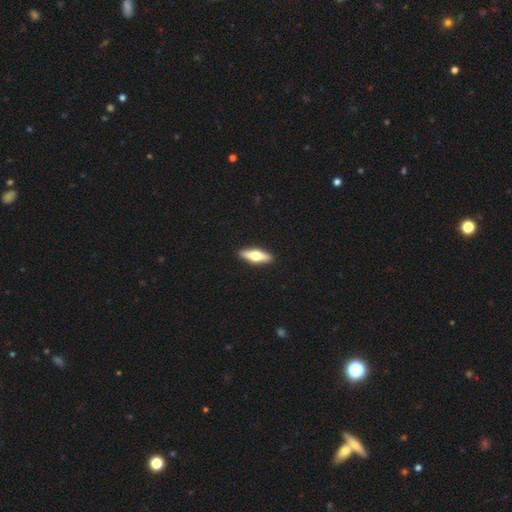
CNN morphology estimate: Smooth or featured: featured or disk — 54% (smooth — 41%)
Edge-on disk: yes — 93% (no — 7%)
Edge-on bulge: rounded — 95% (boxy — 3%)
Merging: none — 92% (minor disturbance — 6%)